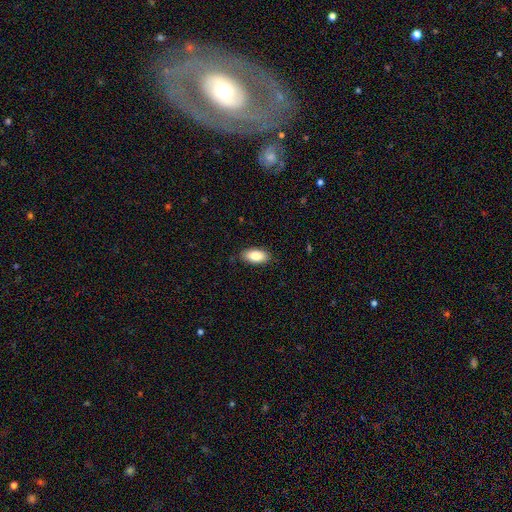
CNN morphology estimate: smooth_or_featured: smooth (p=0.85) [alt: featured or disk p=0.08]
how_rounded: in between (p=0.93) [alt: cigar-shaped p=0.05]
merging: none (p=0.87) [alt: minor disturbance p=0.10]